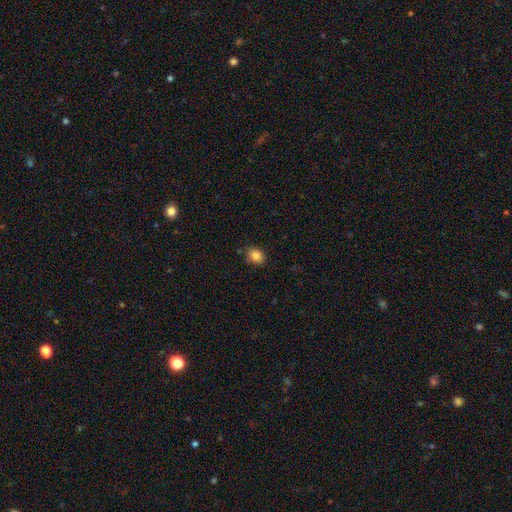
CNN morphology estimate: This is clearly a smooth galaxy (85%). How rounded: possibly in between (57%). Merging: clearly none (82%).